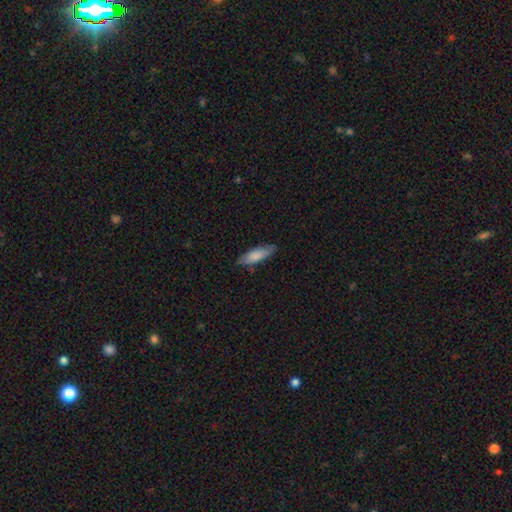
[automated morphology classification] A smooth galaxy with no disk features (80%) that is in between round and cigar-shaped (52%). Merging: none (78%).